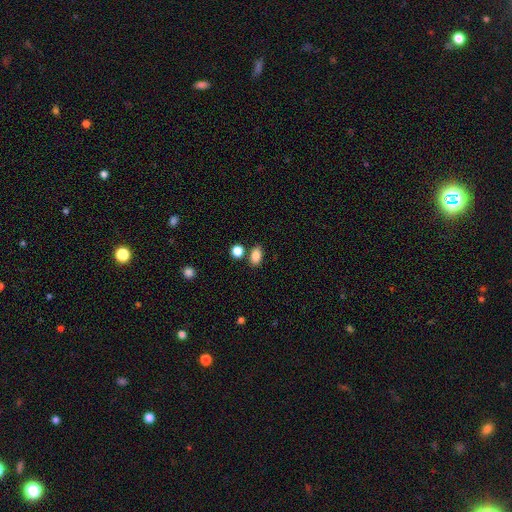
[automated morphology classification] Overall: smooth (86%). How rounded: in between (84%). Merging: none (77%).